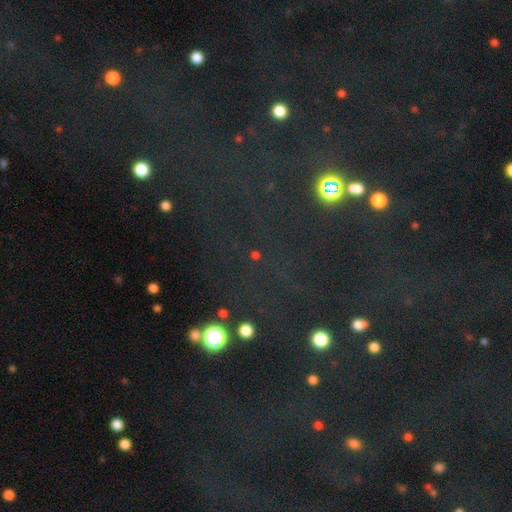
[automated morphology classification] This is likely a star or artifact rather than a galaxy (67%).